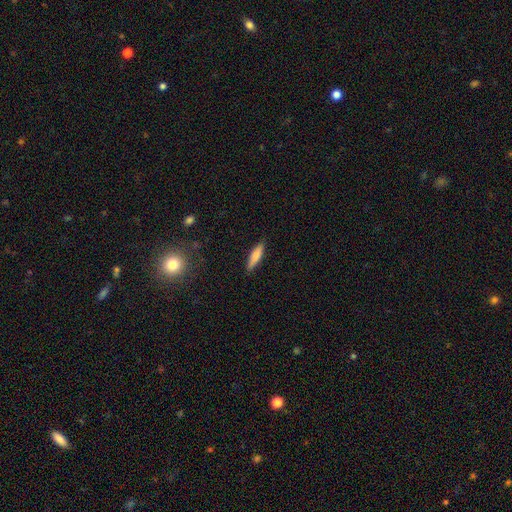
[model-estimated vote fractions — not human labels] A smooth galaxy with no disk features (75%) that is cigar-shaped (75%). Merging: none (87%).